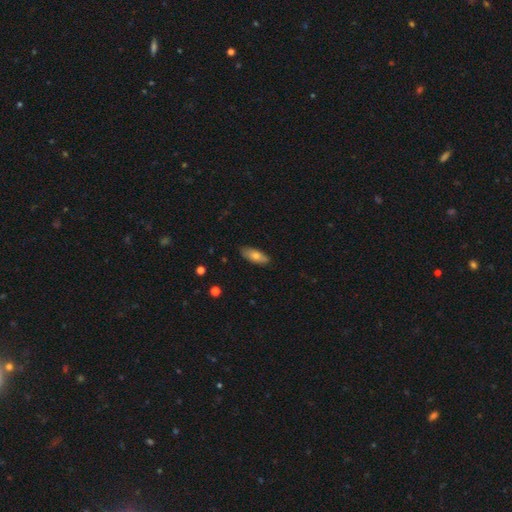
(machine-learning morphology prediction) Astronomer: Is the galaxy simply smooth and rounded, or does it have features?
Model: smooth — 70%.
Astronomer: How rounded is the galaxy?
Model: in between — 77%.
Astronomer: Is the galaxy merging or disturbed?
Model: none — 84%.